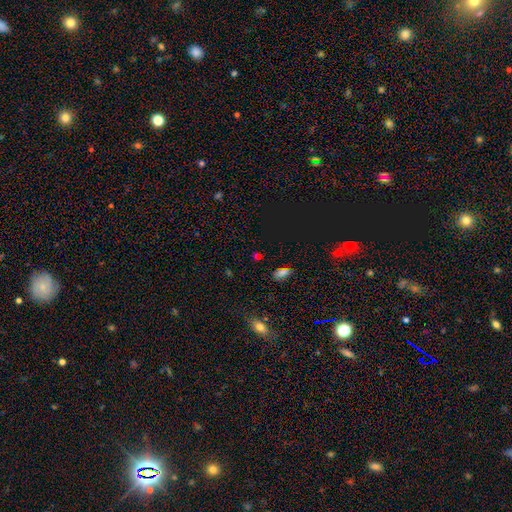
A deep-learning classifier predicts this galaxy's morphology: This appears to be a star or artifact, not a galaxy (51%).